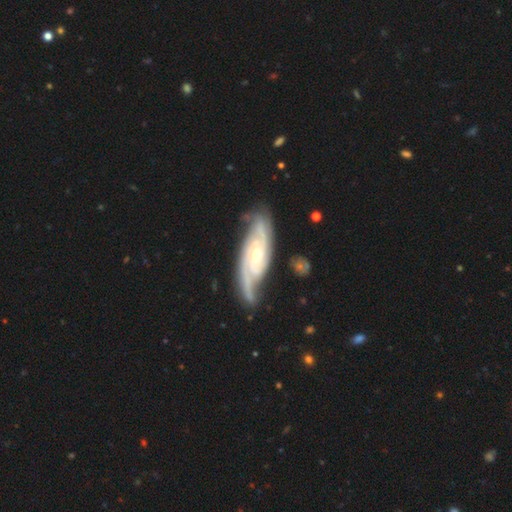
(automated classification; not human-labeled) Overall: featured or disk (91%). Edge-on disk: no (93%). Bar: no (61%; weak 29%). Spiral arms: yes (98%). Spiral arm count: 2 (46%; 3 26%). Spiral winding: tight (54%; medium 37%). Bulge size: small (64%; moderate 33%). Merging: none (73%).